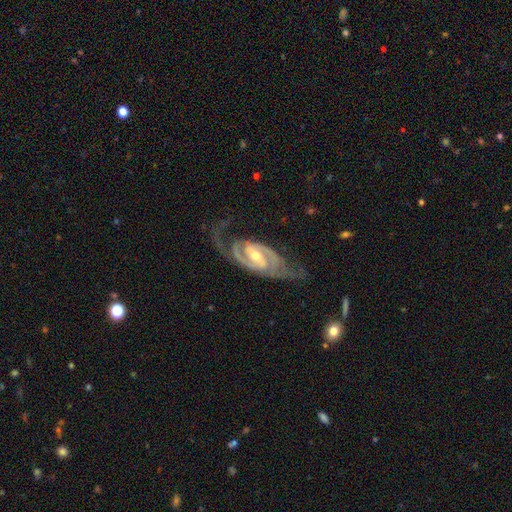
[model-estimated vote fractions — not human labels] This is clearly a featured or disk galaxy (92%). It is clearly not viewed edge-on (96%). Bar: marginally weak (44%). Spiral arm pattern: clearly yes (98%). Spiral arm count: clearly 2 (88%). Spiral winding: possibly medium (45%). Central bulge: possibly moderate (57%). Merging: likely none (68%).